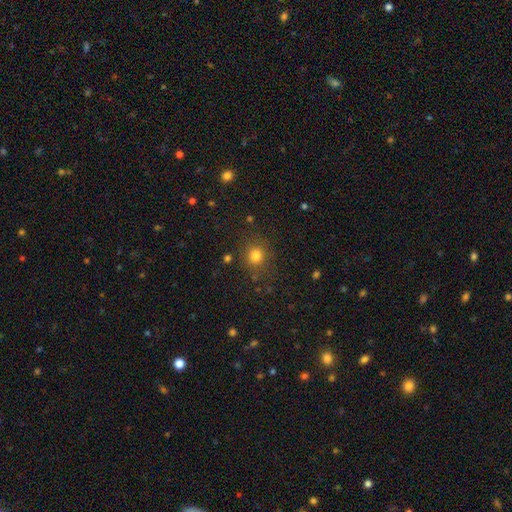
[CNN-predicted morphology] Smooth or featured?
  - smooth: 80% *
  - star or artifact: 15%
  - featured or disk: 6%
How rounded?
  - round: 87% *
  - in between: 12%
  - cigar-shaped: 1%
Merging?
  - none: 84% *
  - minor disturbance: 9%
  - major disturbance: 4%
  - merger: 3%